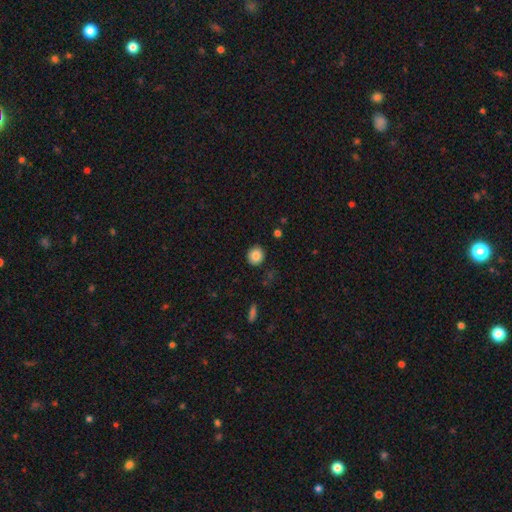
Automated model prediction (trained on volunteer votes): smooth_or_featured: smooth (p=0.85) [alt: star or artifact p=0.09]
how_rounded: round (p=0.85) [alt: in between p=0.14]
merging: none (p=0.89) [alt: minor disturbance p=0.07]